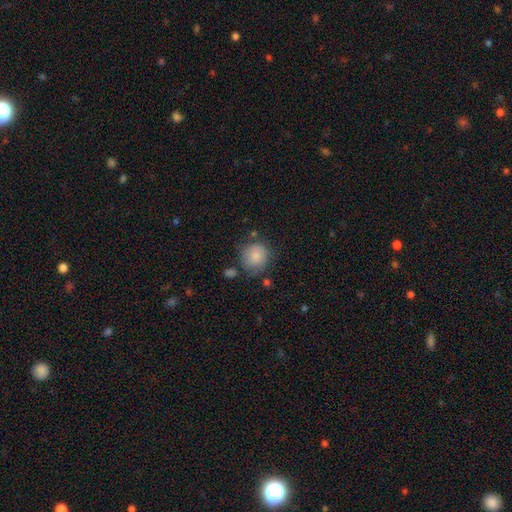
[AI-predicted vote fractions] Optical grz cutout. It shows a smooth galaxy with no disk features (83%) that is round (86%). Merging: none (69%).